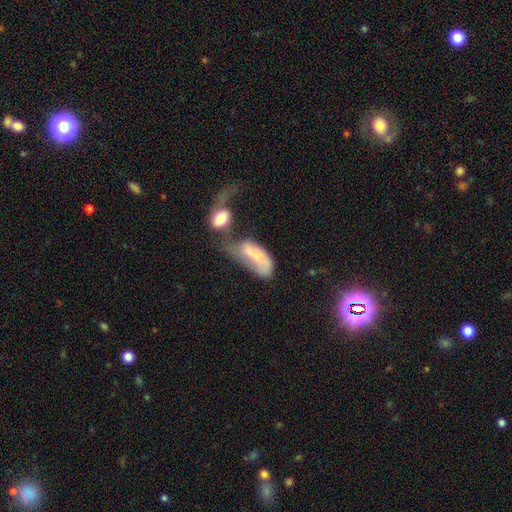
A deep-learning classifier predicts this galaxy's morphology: smooth 54%, featured or disk 37%, star or artifact 9%. Down the decision tree: how rounded — in between (85%); merging — merger (58%).